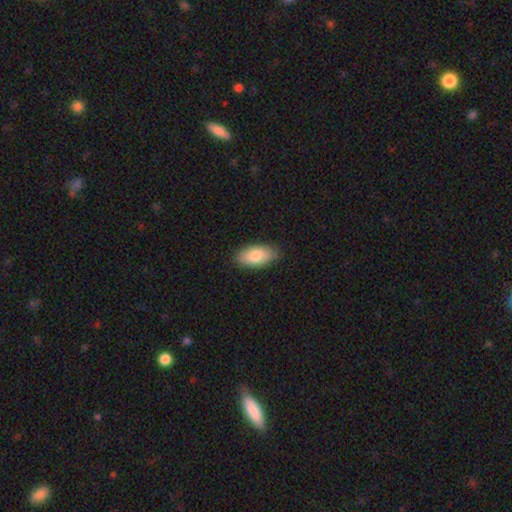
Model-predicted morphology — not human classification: A smooth galaxy with no disk features (83%) that is in between round and cigar-shaped (93%). Merging: none (84%).